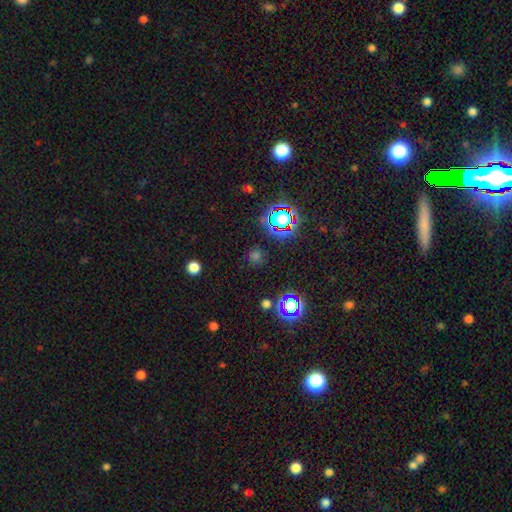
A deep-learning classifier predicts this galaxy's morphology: Q: Smooth or featured?
A: smooth (48%); runner-up: star or artifact (45%)
Q: Merging?
A: none (84%); runner-up: minor disturbance (9%)